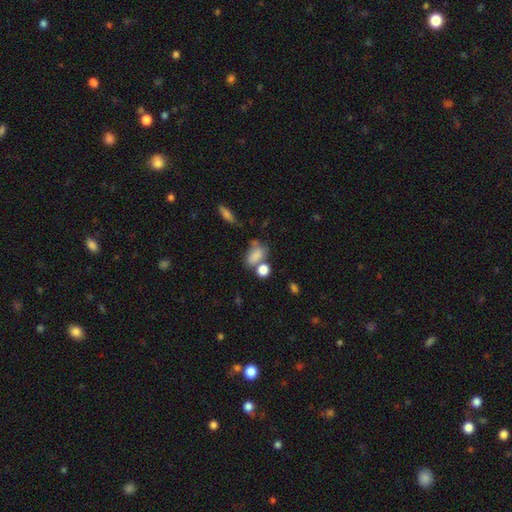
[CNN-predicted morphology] Smooth or featured: smooth — 78% (star or artifact — 11%)
How rounded: in between — 79% (round — 18%)
Merging: none — 39% (merger — 34%)